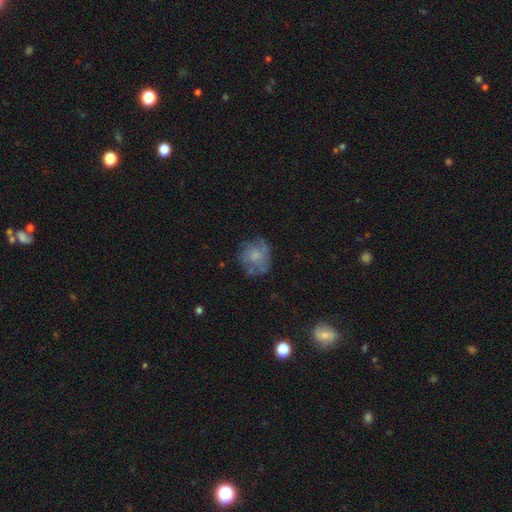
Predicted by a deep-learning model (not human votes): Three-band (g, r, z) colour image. It shows a featured or disk galaxy (48%). Merging: none (65%).